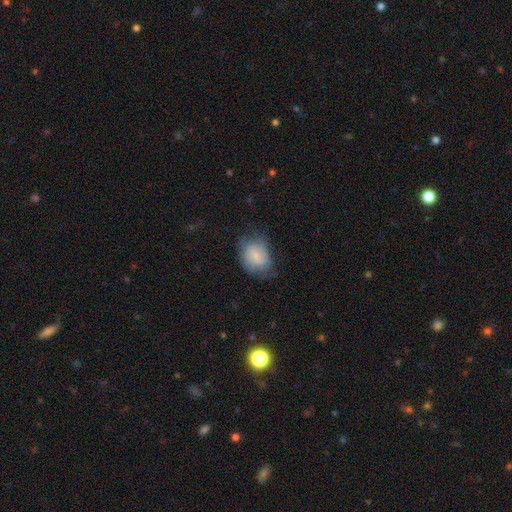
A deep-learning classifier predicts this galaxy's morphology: Smooth or featured? smooth (73%)
How rounded? in between (68%)
Merging? none (51%)